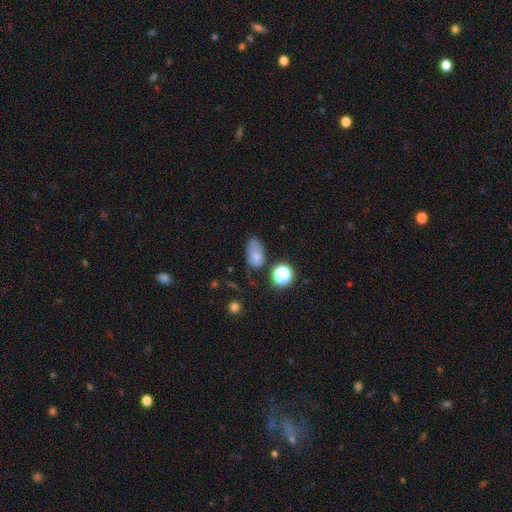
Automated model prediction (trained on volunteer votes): Overall: smooth (72%). How rounded: in between (85%). Merging: none (49%; minor disturbance 31%).